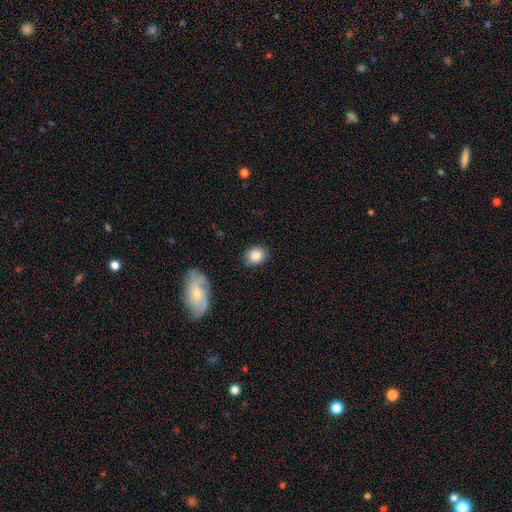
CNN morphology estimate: Smooth or featured: smooth — 85% (star or artifact — 8%)
How rounded: round — 55% (in between — 44%)
Merging: none — 83% (minor disturbance — 13%)